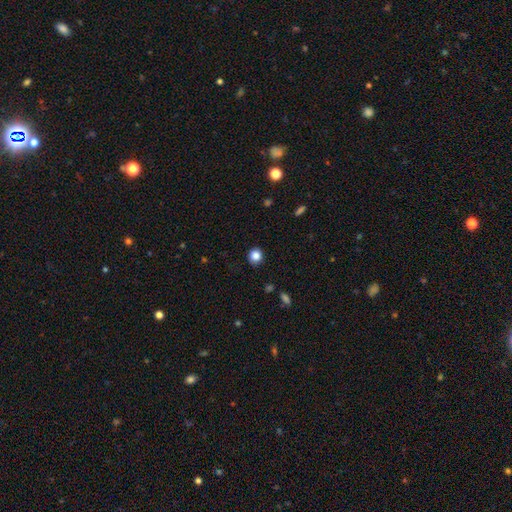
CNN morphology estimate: A smooth galaxy with no disk features (85%) that is round (87%). Merging: none (89%).